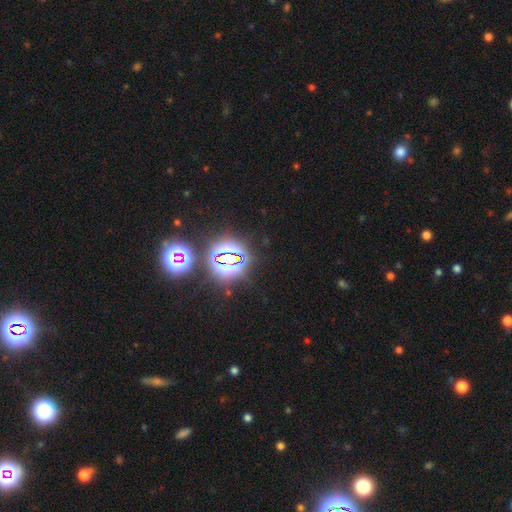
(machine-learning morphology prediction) A star or artifact, not a galaxy (79%).